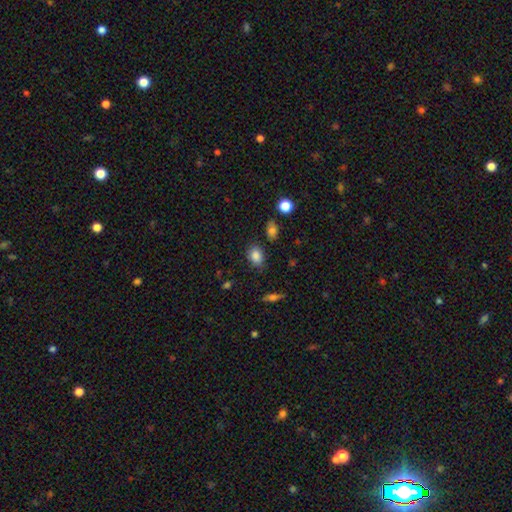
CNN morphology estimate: This is clearly a smooth galaxy (84%). How rounded: likely in between (74%). Merging: likely none (80%).